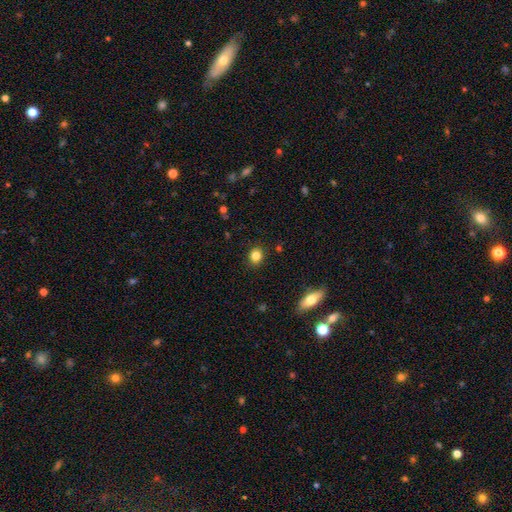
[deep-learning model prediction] This appears to be a smooth galaxy with no disk features (83%) that is round (67%). Merging: none (89%).